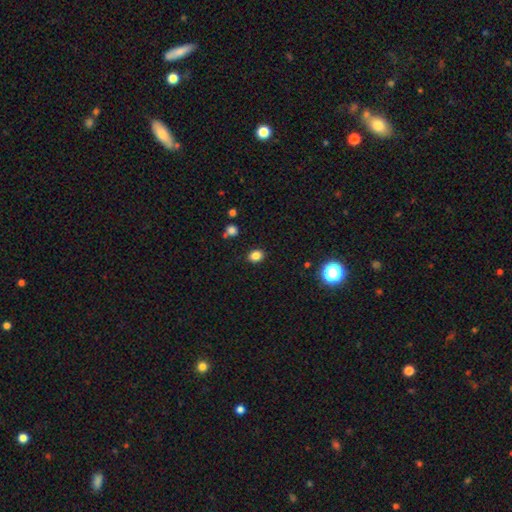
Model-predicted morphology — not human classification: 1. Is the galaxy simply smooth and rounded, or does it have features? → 84% smooth, 12% star or artifact, 4% featured or disk.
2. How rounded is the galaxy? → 53% in between, 46% round, 1% cigar-shaped.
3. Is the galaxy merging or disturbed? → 88% none, 8% minor disturbance, 2% major disturbance, 2% merger.